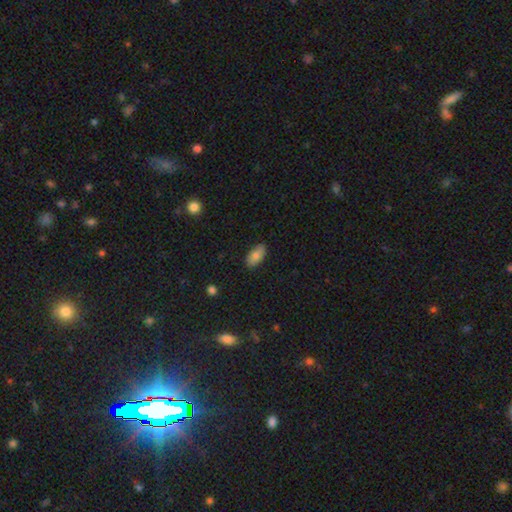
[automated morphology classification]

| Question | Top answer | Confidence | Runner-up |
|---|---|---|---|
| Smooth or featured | smooth | 78% | featured or disk (14%) |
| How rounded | in between | 91% | cigar-shaped (5%) |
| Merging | none | 84% | minor disturbance (13%) |